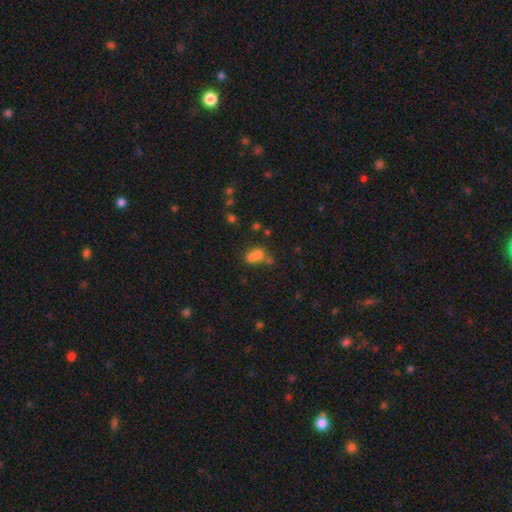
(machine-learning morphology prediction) This is likely a smooth galaxy (65%). How rounded: possibly in between (49%, tied with round). Merging: likely merger (61%).